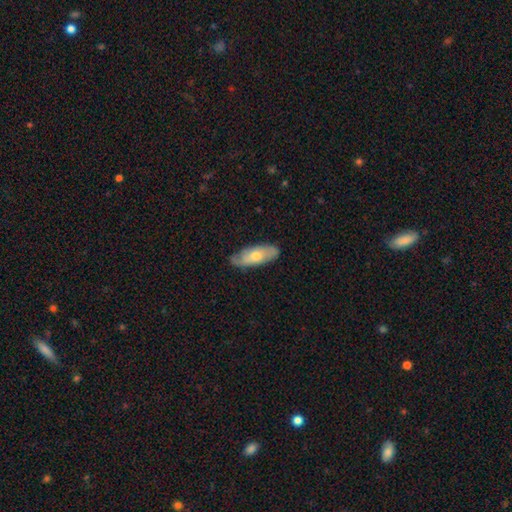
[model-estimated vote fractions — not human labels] This appears to be a smooth galaxy with no disk features (53%) that is in between round and cigar-shaped (70%). Merging: none (76%).